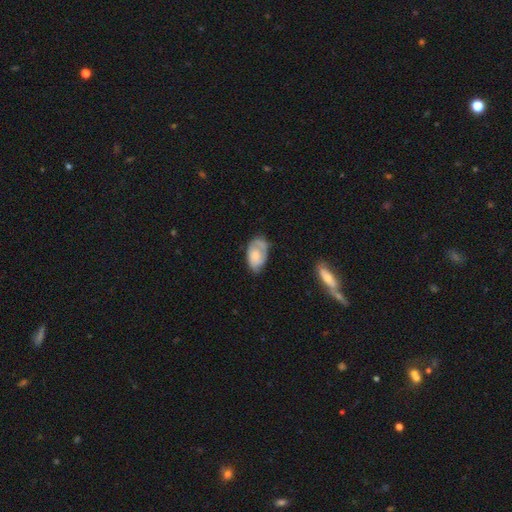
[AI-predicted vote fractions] smooth_or_featured: smooth (p=0.52) [alt: featured or disk p=0.41]
how_rounded: in between (p=0.92) [alt: round p=0.07]
merging: none (p=0.54) [alt: minor disturbance p=0.32]